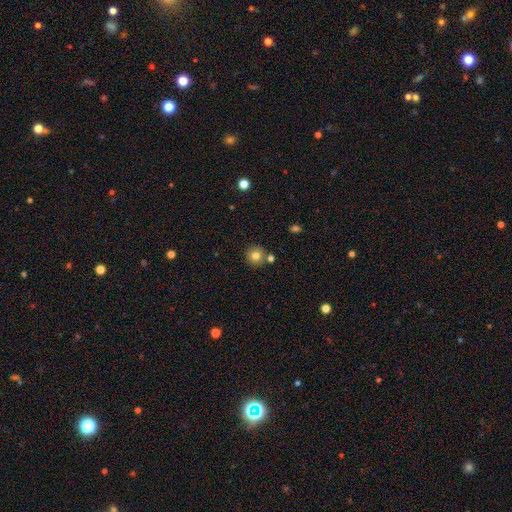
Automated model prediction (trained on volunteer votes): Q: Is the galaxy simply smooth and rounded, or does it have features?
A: smooth — 78%.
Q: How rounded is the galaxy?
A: round — 94%.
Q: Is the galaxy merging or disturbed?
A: none — 80%.